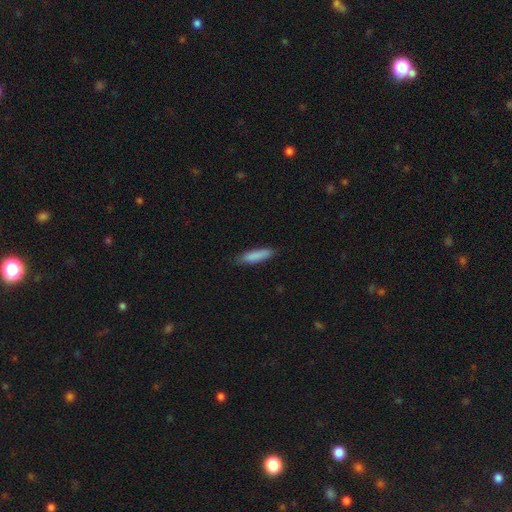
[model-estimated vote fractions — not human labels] Morphology: type=smooth (86%); roundness=cigar-shaped (70%); merging=none (83%).